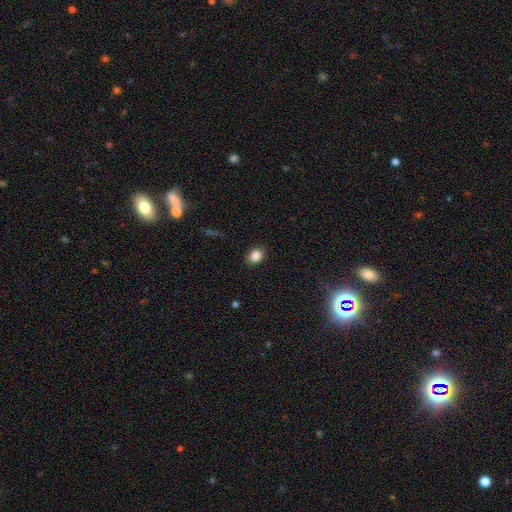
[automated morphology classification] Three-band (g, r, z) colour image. It shows a smooth galaxy with no disk features (86%) that is in between round and cigar-shaped (61%). Merging: none (86%).